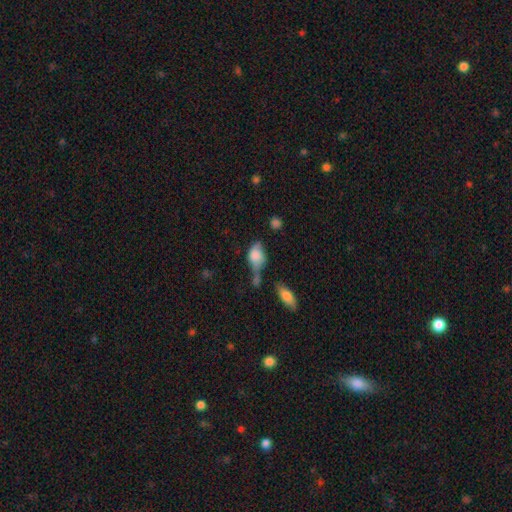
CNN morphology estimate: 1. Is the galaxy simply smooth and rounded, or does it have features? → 73% smooth, 18% featured or disk, 9% star or artifact.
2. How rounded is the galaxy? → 80% in between, 17% round, 3% cigar-shaped.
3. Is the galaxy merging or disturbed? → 30% merger, 25% none, 25% minor disturbance, 21% major disturbance.